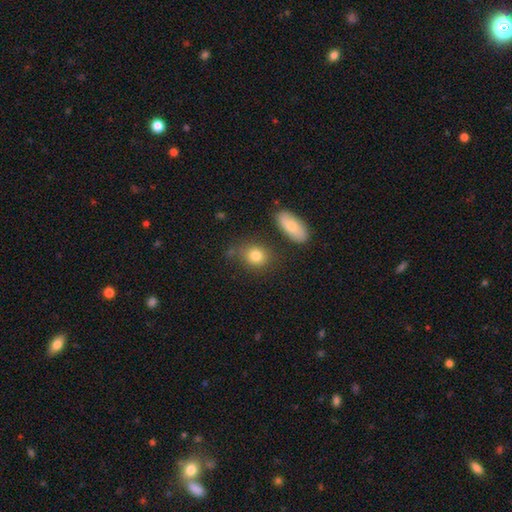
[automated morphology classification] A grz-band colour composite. It shows a smooth galaxy with no disk features (82%) that is round (58%). Merging: none (70%).